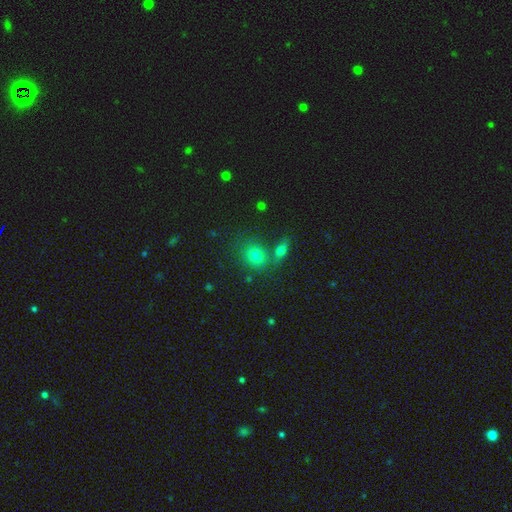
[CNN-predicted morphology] smooth-or-featured: smooth: 76% | star or artifact: 14% | featured or disk: 10%
  how-rounded: round: 65% | in between: 34% | cigar-shaped: 1%
  merging: none: 62% | merger: 24% | minor disturbance: 10% | major disturbance: 4%